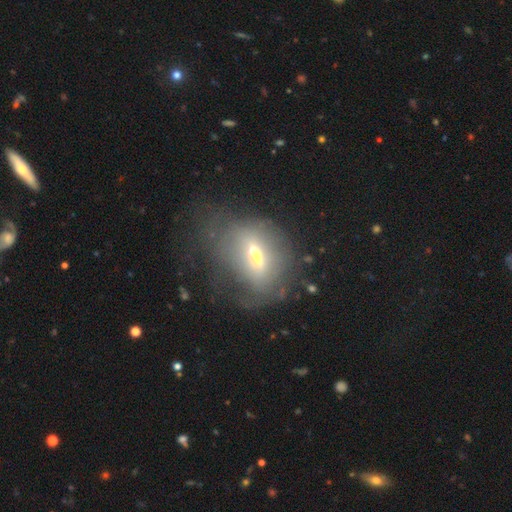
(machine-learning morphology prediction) The model was most divided on "smooth or featured": featured or disk: 49%, smooth: 35%, star or artifact: 16%. Remaining: merging — none (48%).